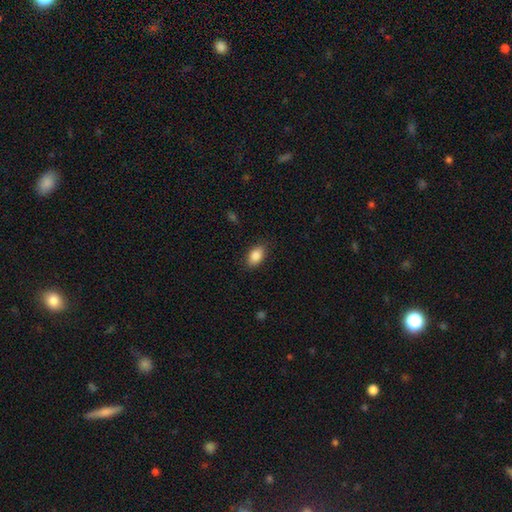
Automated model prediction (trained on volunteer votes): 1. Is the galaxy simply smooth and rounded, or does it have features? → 87% smooth, 7% star or artifact, 6% featured or disk.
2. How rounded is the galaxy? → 90% in between, 8% round, 2% cigar-shaped.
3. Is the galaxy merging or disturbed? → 86% none, 10% minor disturbance, 3% major disturbance, 1% merger.